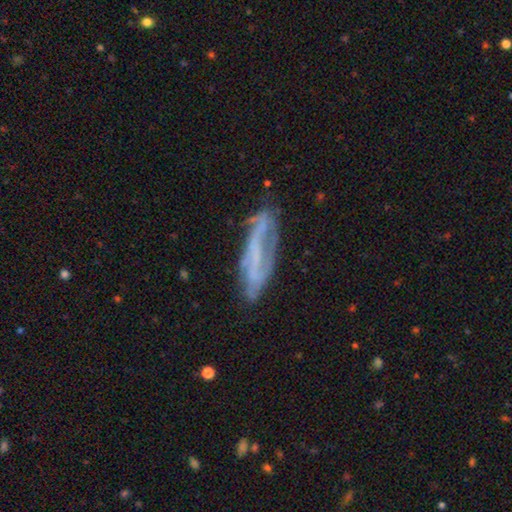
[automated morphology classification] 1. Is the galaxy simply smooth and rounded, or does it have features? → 63% featured or disk, 26% smooth, 10% star or artifact.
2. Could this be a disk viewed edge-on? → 66% no, 34% yes.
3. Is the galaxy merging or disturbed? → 62% none, 23% minor disturbance, 12% major disturbance, 3% merger.